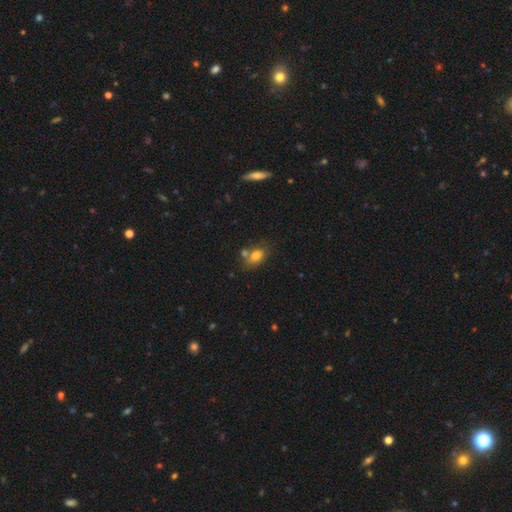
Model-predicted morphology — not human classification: Smooth or featured? Predicted: smooth (p=0.77). How rounded? Predicted: in between (p=0.77). Merging? Predicted: none (p=0.55).